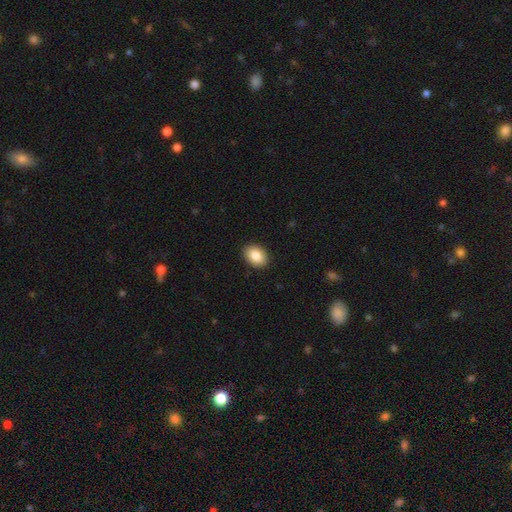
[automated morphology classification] smooth-or-featured: smooth: 86% | star or artifact: 7% | featured or disk: 7%
  how-rounded: in between: 76% | round: 23% | cigar-shaped: 1%
  merging: none: 90% | minor disturbance: 7% | major disturbance: 2% | merger: 1%